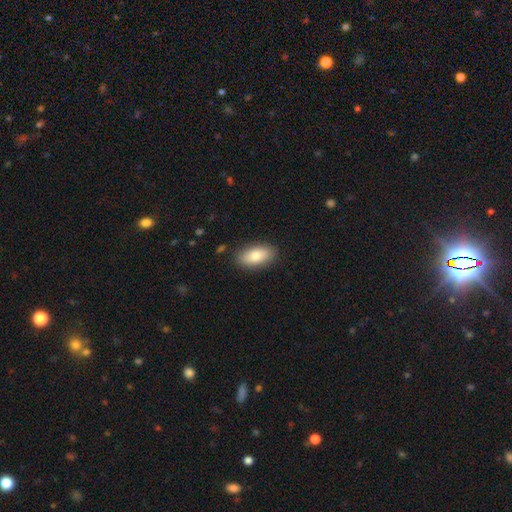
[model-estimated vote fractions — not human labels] smooth-or-featured: smooth: 79% | featured or disk: 15% | star or artifact: 7%
  how-rounded: in between: 91% | cigar-shaped: 5% | round: 4%
  merging: none: 87% | minor disturbance: 10% | major disturbance: 2% | merger: 1%